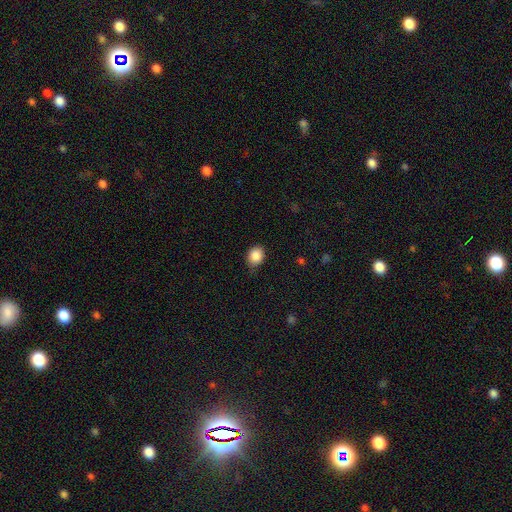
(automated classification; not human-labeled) A smooth galaxy with no disk features (87%) that is round (52%).

Vote fractions:
- Smooth or featured? smooth: 87% / star or artifact: 9% / featured or disk: 4%
- How rounded? round: 52% / in between: 47% / cigar-shaped: 1%
- Merging? none: 78% / minor disturbance: 18% / major disturbance: 3% / merger: 1%